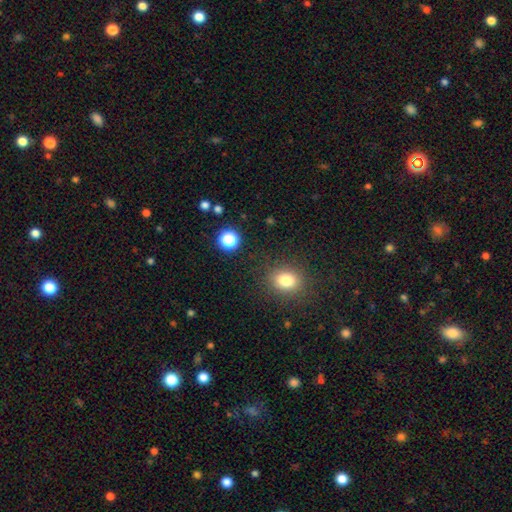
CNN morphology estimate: type=smooth (66%); roundness=round (79%); merging=none (91%).